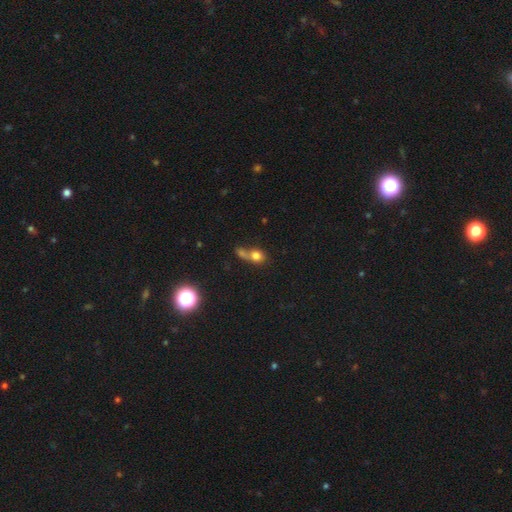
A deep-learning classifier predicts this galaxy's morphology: smooth 74%, star or artifact 14%, featured or disk 12%. Down the decision tree: how rounded — round (66%); merging — merger (54%).